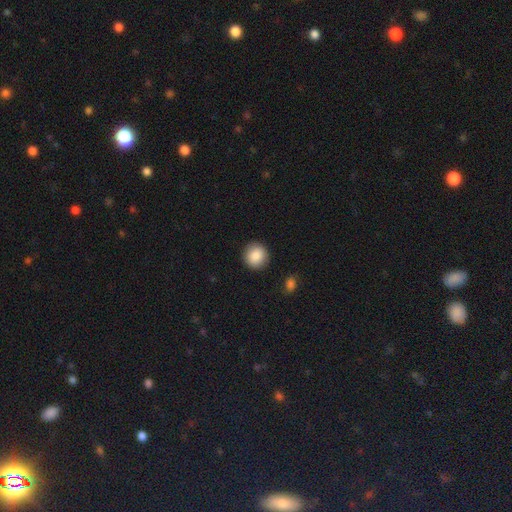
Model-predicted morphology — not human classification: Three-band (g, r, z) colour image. It shows a smooth galaxy with no disk features (88%) that is round (92%). Merging: none (90%).